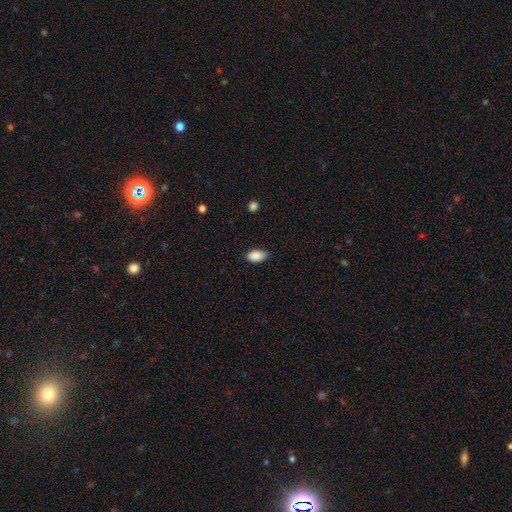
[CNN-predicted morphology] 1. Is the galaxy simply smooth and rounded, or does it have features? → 89% smooth, 7% star or artifact, 4% featured or disk.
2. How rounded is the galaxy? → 92% in between, 6% round, 2% cigar-shaped.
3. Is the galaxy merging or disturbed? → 74% none, 22% minor disturbance, 3% major disturbance, 1% merger.